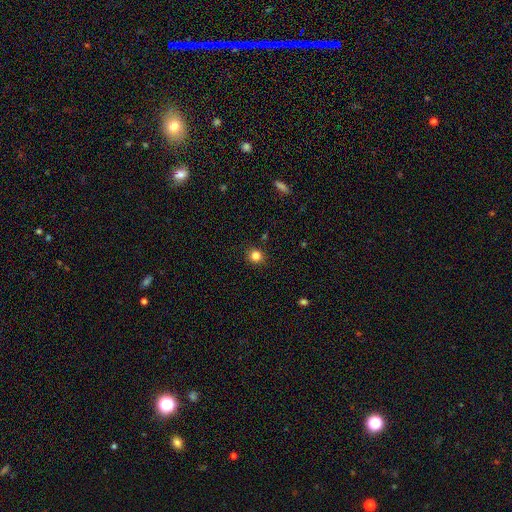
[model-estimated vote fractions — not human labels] Morphology: type=smooth (83%); roundness=round (90%); merging=none (90%).